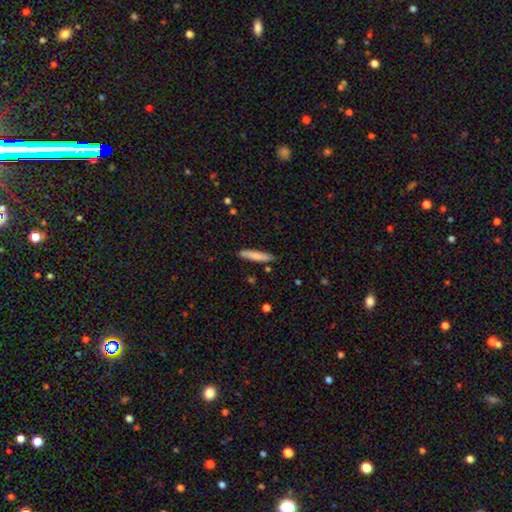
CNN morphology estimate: Smooth or featured: smooth — 81% (featured or disk — 13%)
How rounded: cigar-shaped — 89% (in between — 10%)
Merging: none — 84% (minor disturbance — 12%)